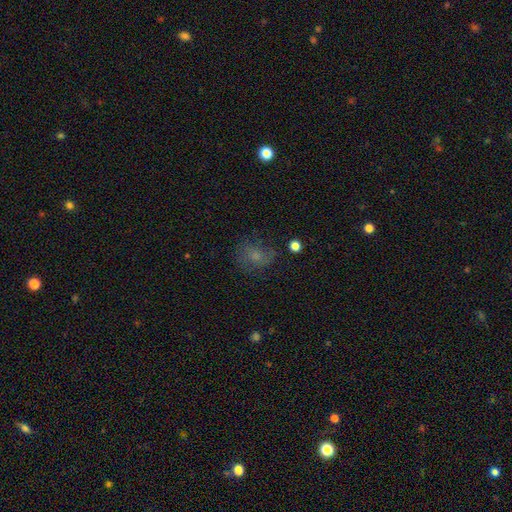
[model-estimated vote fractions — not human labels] Morphology: type=smooth (58%); roundness=round (49%, tied with in between); merging=none (56%).